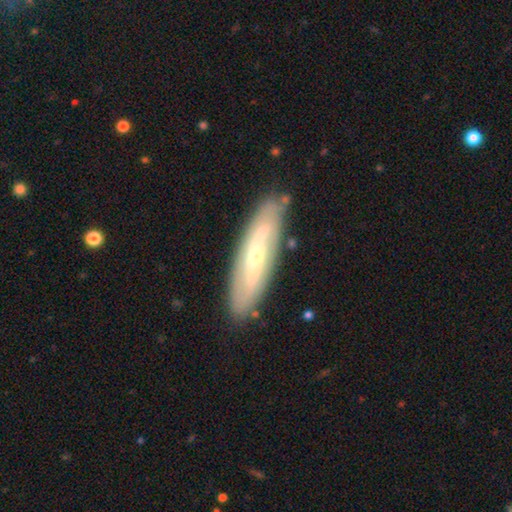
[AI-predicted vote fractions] smooth_or_featured: featured or disk (p=0.68) [alt: smooth p=0.26]
disk_edge_on: no (p=0.72) [alt: yes p=0.28]
merging: none (p=0.84) [alt: minor disturbance p=0.12]